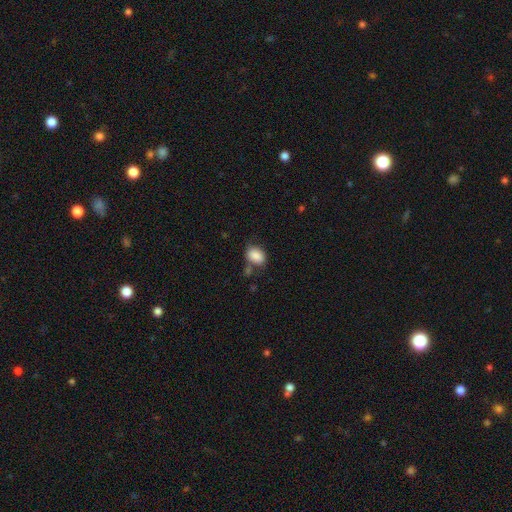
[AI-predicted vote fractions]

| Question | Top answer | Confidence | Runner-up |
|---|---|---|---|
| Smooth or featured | smooth | 86% | star or artifact (8%) |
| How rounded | in between | 77% | round (22%) |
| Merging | none | 63% | minor disturbance (20%) |